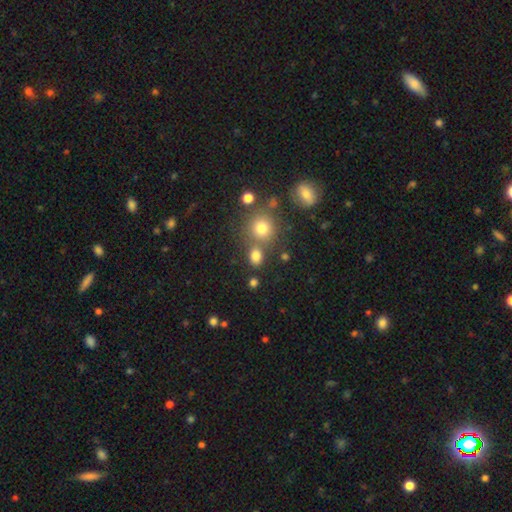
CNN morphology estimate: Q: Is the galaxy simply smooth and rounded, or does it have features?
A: smooth — 76%.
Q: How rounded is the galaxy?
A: round — 55%.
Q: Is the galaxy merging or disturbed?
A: none — 65%.